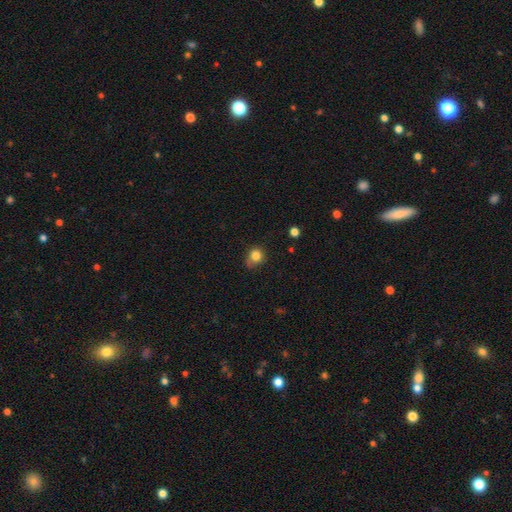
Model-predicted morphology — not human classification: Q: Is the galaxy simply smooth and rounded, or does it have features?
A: smooth — 82%.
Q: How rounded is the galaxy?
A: round — 72%.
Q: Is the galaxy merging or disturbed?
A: none — 55%.